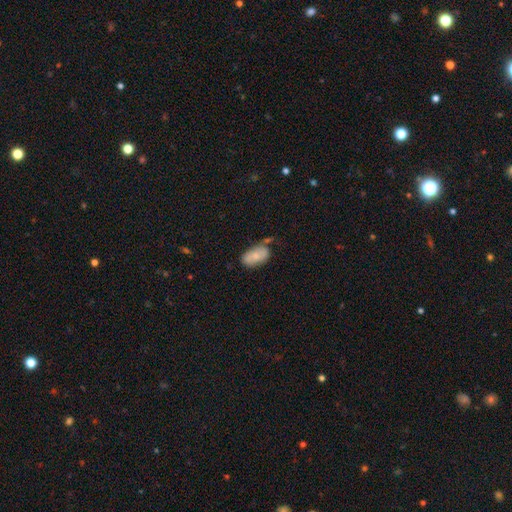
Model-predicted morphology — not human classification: This appears to be a smooth galaxy with no disk features (73%) that is in between round and cigar-shaped (93%). Merging: none (51%).